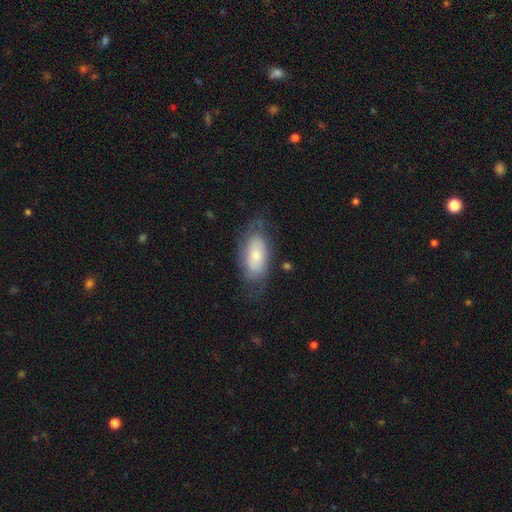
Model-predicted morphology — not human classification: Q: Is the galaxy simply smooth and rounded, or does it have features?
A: smooth — 57%.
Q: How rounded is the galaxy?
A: in between — 90%.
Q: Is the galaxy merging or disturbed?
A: none — 63%.